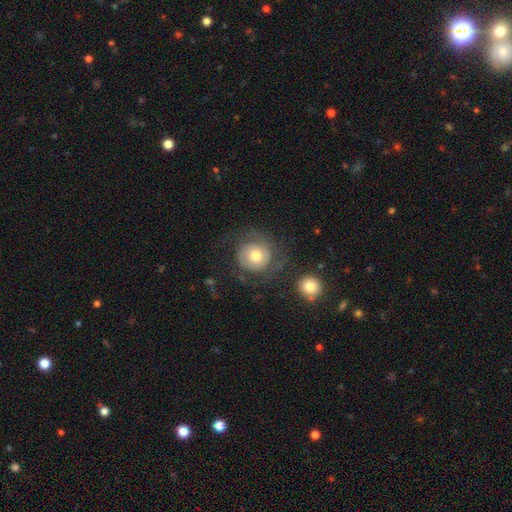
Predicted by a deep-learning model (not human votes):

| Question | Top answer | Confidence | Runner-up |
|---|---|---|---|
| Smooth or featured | featured or disk | 56% | smooth (37%) |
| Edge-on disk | no | 97% | yes (3%) |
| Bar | no | 83% | weak (14%) |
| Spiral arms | yes | 77% | no (23%) |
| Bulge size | moderate | 69% | small (17%) |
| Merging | none | 59% | major disturbance (21%) |